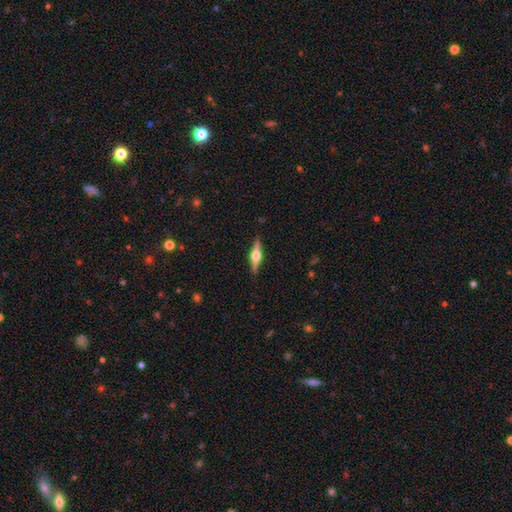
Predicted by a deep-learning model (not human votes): A featured or disk galaxy (79%) viewed edge-on (98%) with a rounded central bulge (95%).

Vote fractions:
- Smooth or featured? featured or disk: 79% / smooth: 16% / star or artifact: 5%
- Edge-on disk? yes: 98% / no: 2%
- Edge-on bulge? rounded: 95% / boxy: 3% / none: 1%
- Merging? none: 90% / minor disturbance: 7% / major disturbance: 2% / merger: 1%